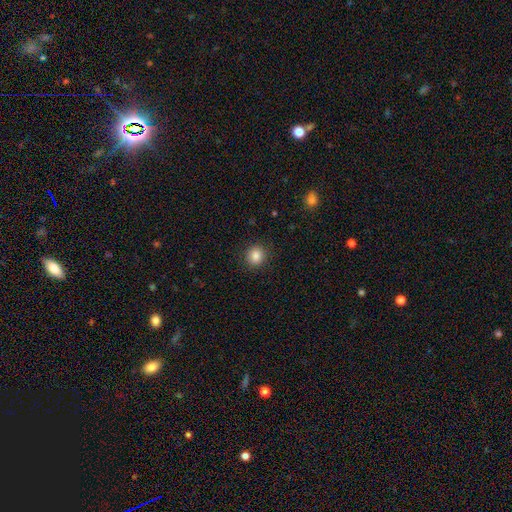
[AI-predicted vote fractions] A smooth galaxy with no disk features (85%) that is round (88%).

Vote fractions:
- Smooth or featured? smooth: 85% / star or artifact: 11% / featured or disk: 4%
- How rounded? round: 88% / in between: 11% / cigar-shaped: 1%
- Merging? none: 91% / minor disturbance: 6% / major disturbance: 2% / merger: 1%